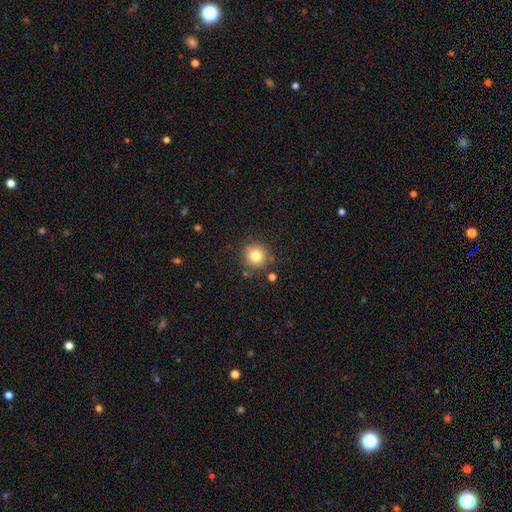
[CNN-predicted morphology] Q: Smooth or featured?
A: smooth (82%); runner-up: star or artifact (11%)
Q: How rounded?
A: round (93%); runner-up: in between (6%)
Q: Merging?
A: none (84%); runner-up: minor disturbance (10%)